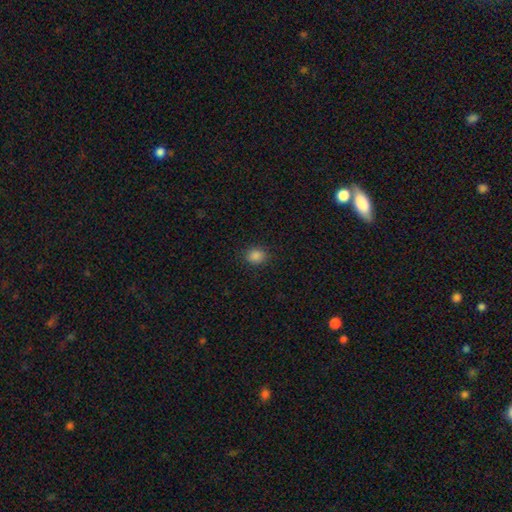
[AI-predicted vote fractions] Morphology: type=smooth (86%); roundness=round (58%); merging=none (88%).